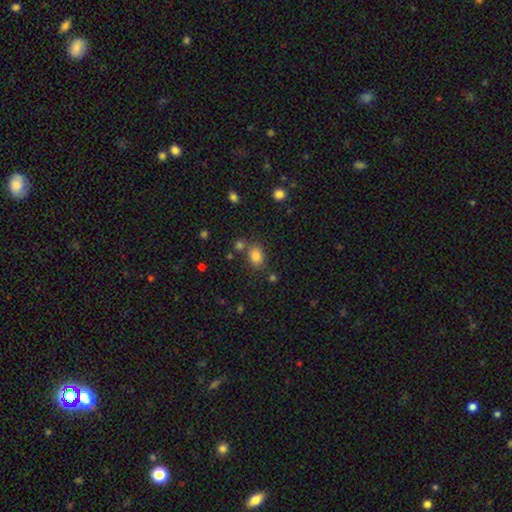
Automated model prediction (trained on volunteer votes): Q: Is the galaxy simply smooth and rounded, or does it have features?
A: smooth — 83%.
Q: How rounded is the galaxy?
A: in between — 69%.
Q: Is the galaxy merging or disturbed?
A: none — 70%.